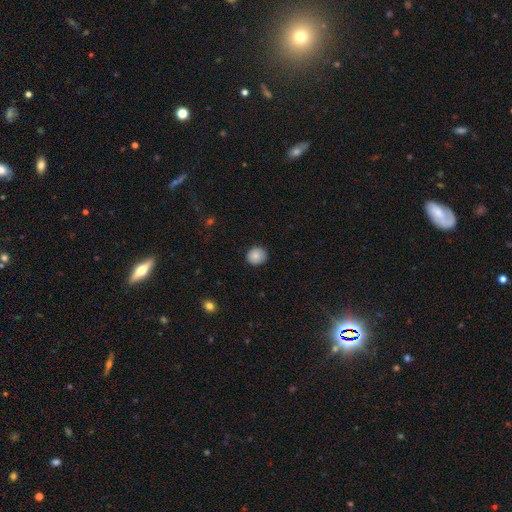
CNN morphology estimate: A smooth galaxy with no disk features (83%) that is round (87%).

Vote fractions:
- Smooth or featured? smooth: 83% / star or artifact: 9% / featured or disk: 8%
- How rounded? round: 87% / in between: 12% / cigar-shaped: 1%
- Merging? none: 88% / minor disturbance: 9% / major disturbance: 2% / merger: 1%